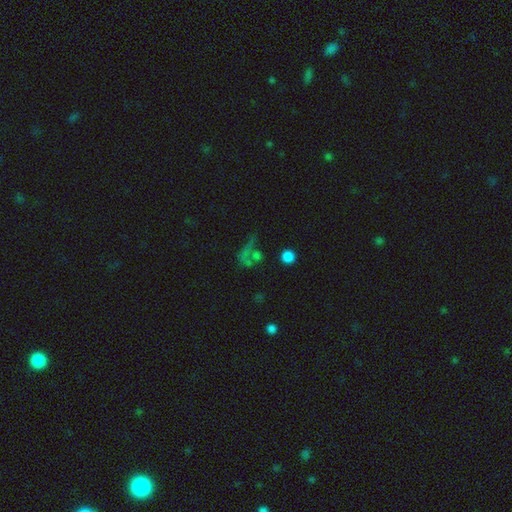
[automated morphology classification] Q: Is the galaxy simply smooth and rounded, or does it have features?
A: star or artifact — 45%.